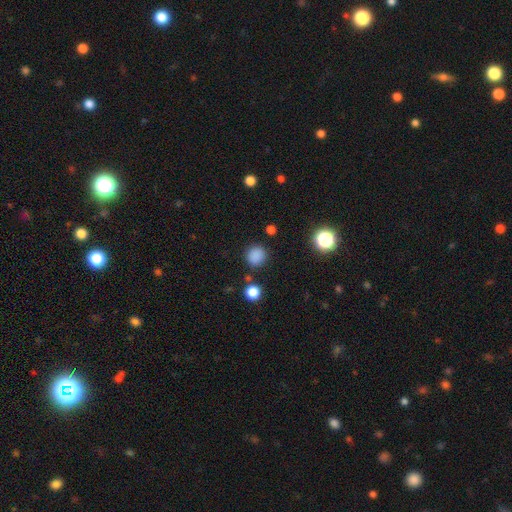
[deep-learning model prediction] Morphology: type=smooth (83%); roundness=round (87%); merging=none (84%).